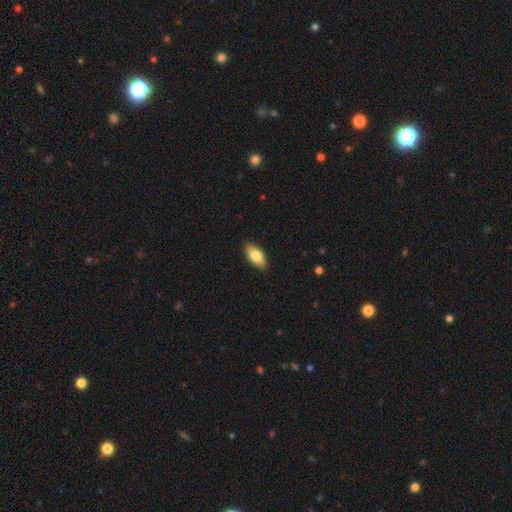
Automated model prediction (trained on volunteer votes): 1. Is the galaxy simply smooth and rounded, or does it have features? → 82% smooth, 12% featured or disk, 6% star or artifact.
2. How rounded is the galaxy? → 89% in between, 8% cigar-shaped, 2% round.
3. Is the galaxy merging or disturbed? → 90% none, 8% minor disturbance, 2% major disturbance, 1% merger.